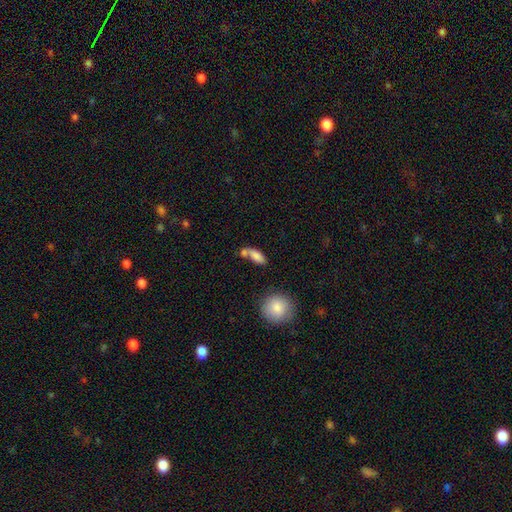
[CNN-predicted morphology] Smooth or featured: smooth — 81% (featured or disk — 11%)
How rounded: in between — 76% (cigar-shaped — 19%)
Merging: none — 41% (merger — 37%)